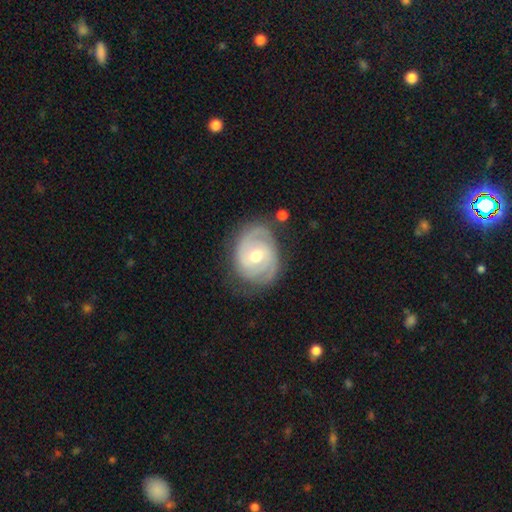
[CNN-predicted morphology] Overall: featured or disk (83%). Edge-on disk: no (97%). Bar: no (55%; weak 38%). Spiral arms: yes (94%). Spiral arm count: 2 (54%; can't tell 20%). Spiral winding: tight (66%; medium 27%). Bulge size: moderate (74%). Merging: none (71%).